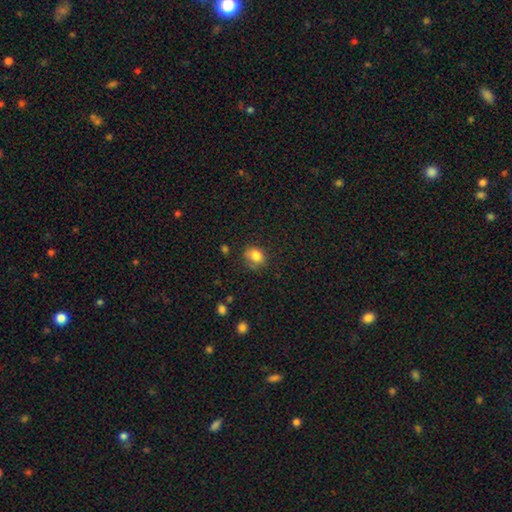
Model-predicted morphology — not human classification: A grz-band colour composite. It shows a smooth galaxy with no disk features (82%) that is round (59%). Merging: none (63%).